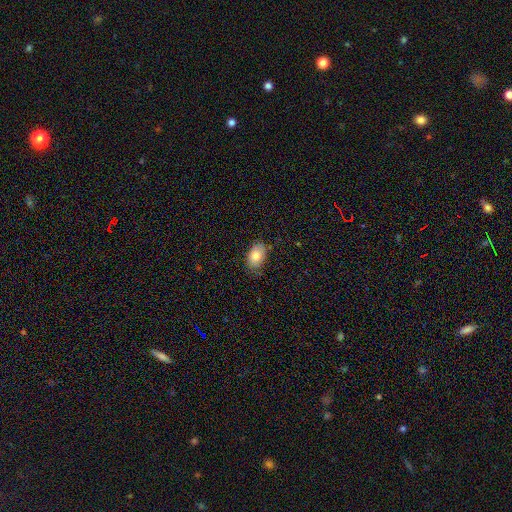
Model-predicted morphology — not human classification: Smooth or featured?
  - smooth: 79% *
  - featured or disk: 13%
  - star or artifact: 8%
How rounded?
  - in between: 89% *
  - round: 10%
  - cigar-shaped: 1%
Merging?
  - none: 77% *
  - minor disturbance: 19%
  - major disturbance: 3%
  - merger: 1%